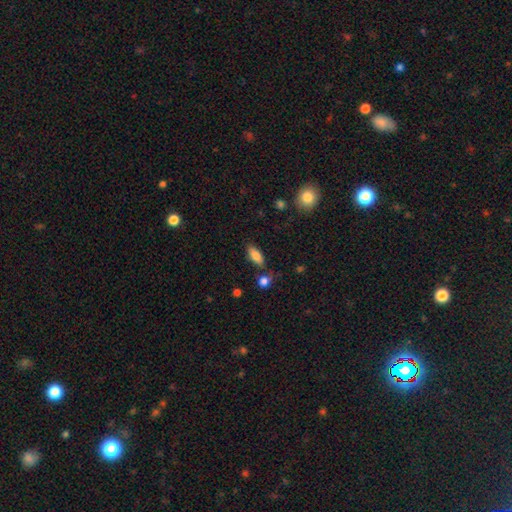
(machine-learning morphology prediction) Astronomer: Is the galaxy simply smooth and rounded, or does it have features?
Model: smooth — 83%.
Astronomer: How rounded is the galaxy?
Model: in between — 82%.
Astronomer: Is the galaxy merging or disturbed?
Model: none — 75%.